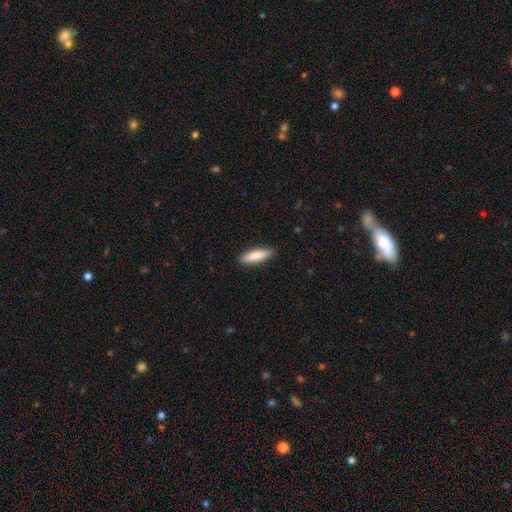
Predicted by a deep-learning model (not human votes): This is clearly a smooth galaxy (85%). How rounded: possibly cigar-shaped (56%). Merging: clearly none (88%).